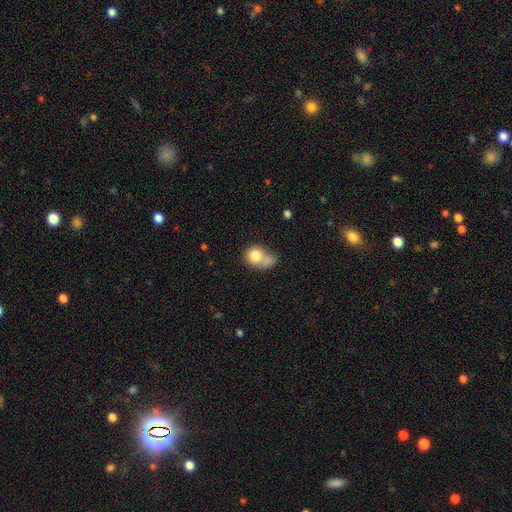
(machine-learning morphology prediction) Smooth or featured? smooth (78%)
How rounded? round (61%)
Merging? merger (47%)